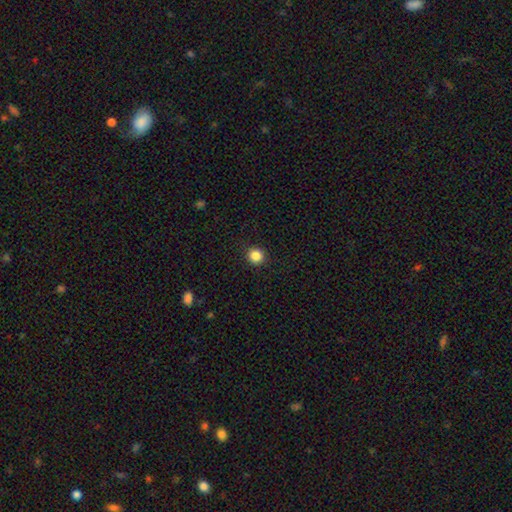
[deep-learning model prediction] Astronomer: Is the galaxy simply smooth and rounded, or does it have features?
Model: smooth — 86%.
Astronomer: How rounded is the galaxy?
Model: round — 94%.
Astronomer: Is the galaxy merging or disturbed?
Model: none — 92%.